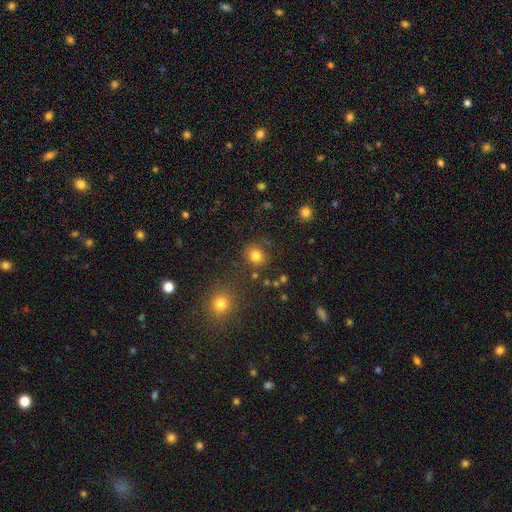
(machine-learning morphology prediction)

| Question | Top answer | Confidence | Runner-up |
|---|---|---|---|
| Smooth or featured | smooth | 81% | star or artifact (14%) |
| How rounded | round | 78% | in between (21%) |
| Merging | none | 80% | minor disturbance (10%) |